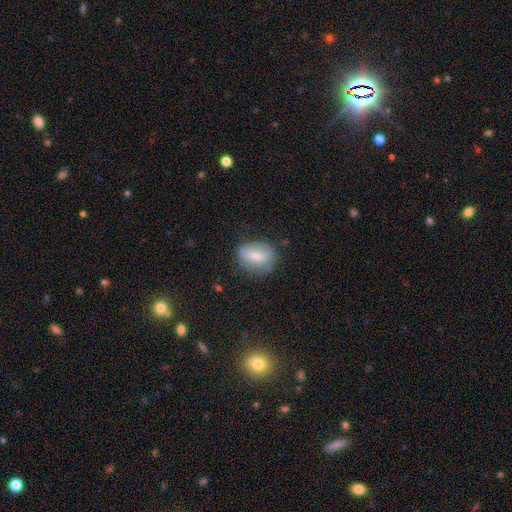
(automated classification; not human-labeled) This is likely a smooth galaxy (65%). How rounded: likely in between (68%). Merging: likely none (66%).